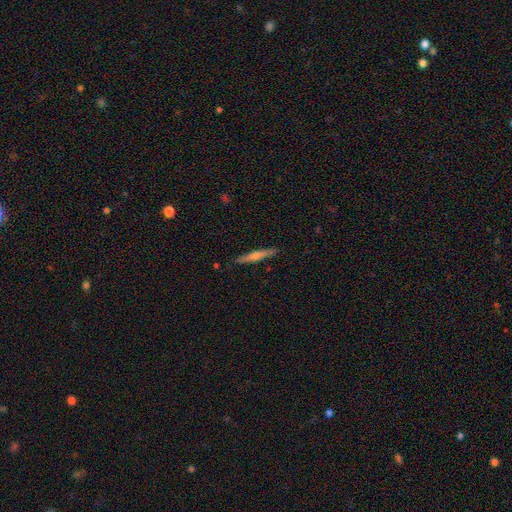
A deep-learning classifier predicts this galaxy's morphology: Smooth or featured? Predicted: featured or disk (p=0.63). Edge-on disk? Predicted: yes (p=0.97). Edge-on bulge? Predicted: rounded (p=0.80). Merging? Predicted: none (p=0.90).